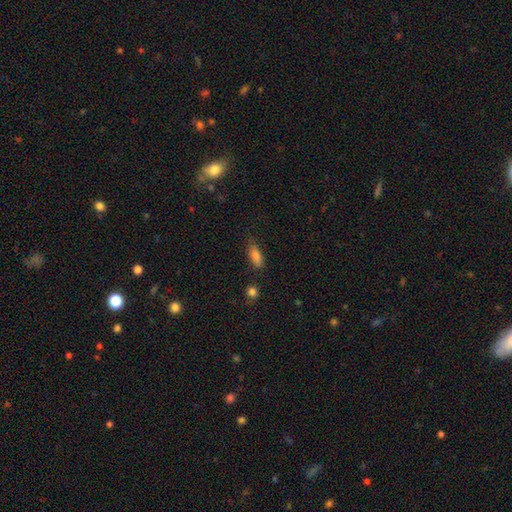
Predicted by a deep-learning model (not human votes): This is clearly a smooth galaxy (82%). How rounded: likely in between (67%). Merging: likely none (73%).